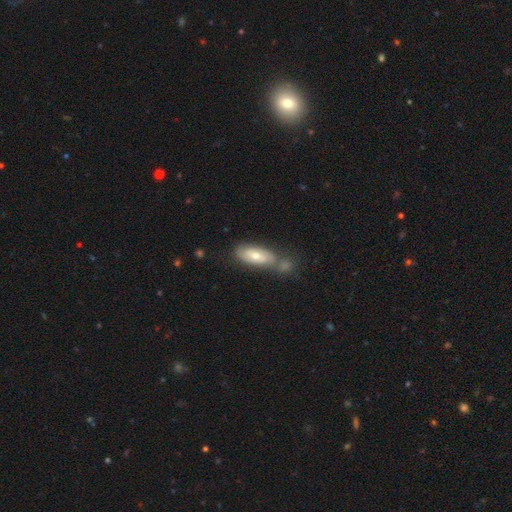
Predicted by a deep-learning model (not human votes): This is possibly a smooth galaxy (58%). How rounded: likely in between (71%). Merging: marginally none (45%).